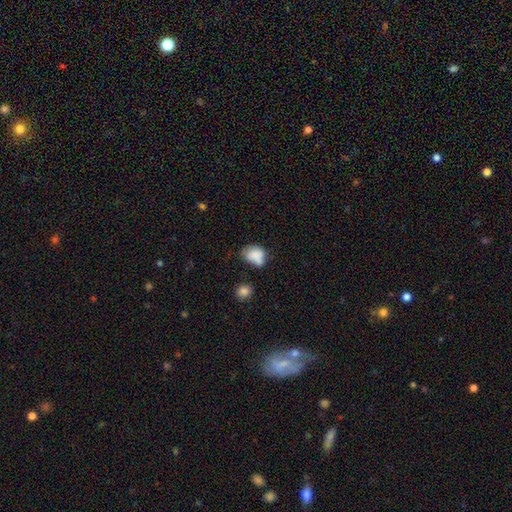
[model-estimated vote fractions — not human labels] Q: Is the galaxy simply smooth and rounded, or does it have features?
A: smooth — 79%.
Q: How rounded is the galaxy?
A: in between — 63%.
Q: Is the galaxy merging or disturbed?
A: none — 39%.